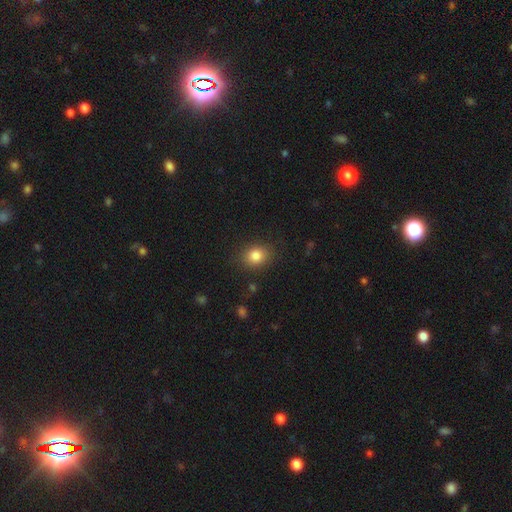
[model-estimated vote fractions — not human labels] Smooth or featured?
  - smooth: 83% *
  - star or artifact: 11%
  - featured or disk: 6%
How rounded?
  - round: 58% *
  - in between: 41%
  - cigar-shaped: 1%
Merging?
  - none: 85% *
  - minor disturbance: 11%
  - major disturbance: 3%
  - merger: 1%